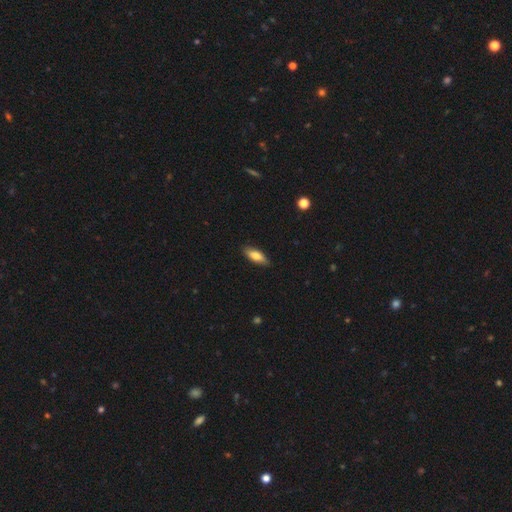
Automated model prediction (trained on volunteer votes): Smooth or featured? Predicted: smooth (p=0.77). How rounded? Predicted: in between (p=0.72). Merging? Predicted: none (p=0.86).